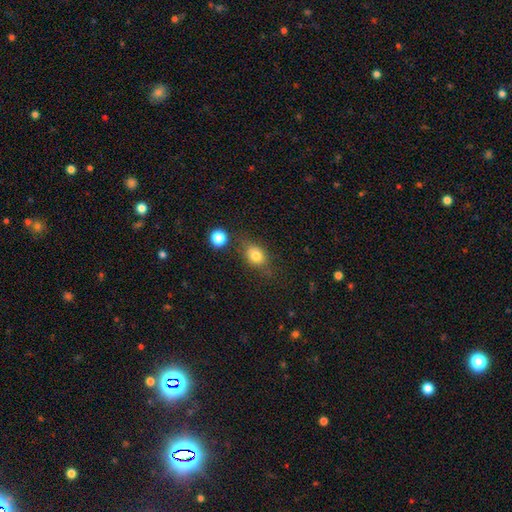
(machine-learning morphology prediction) Overall: smooth (78%). How rounded: in between (60%; round 38%). Merging: none (64%).